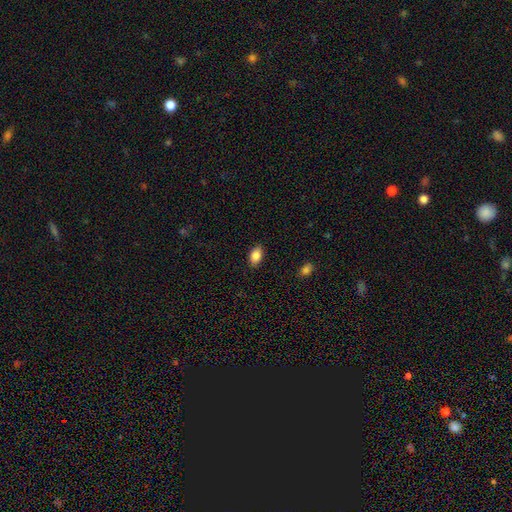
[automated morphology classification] This is clearly a smooth galaxy (87%). How rounded: clearly in between (89%). Merging: clearly none (87%).